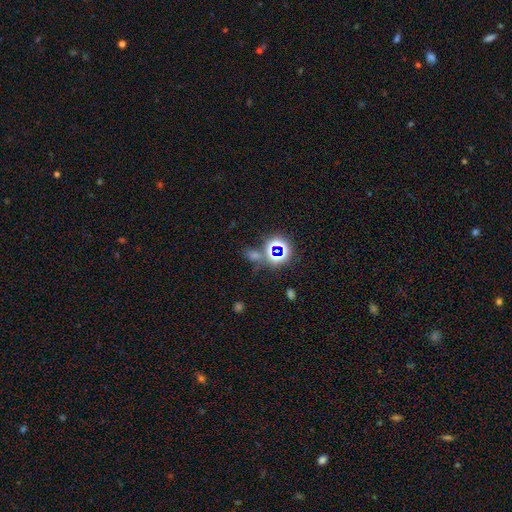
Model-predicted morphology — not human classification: A star or artifact, not a galaxy (67%).